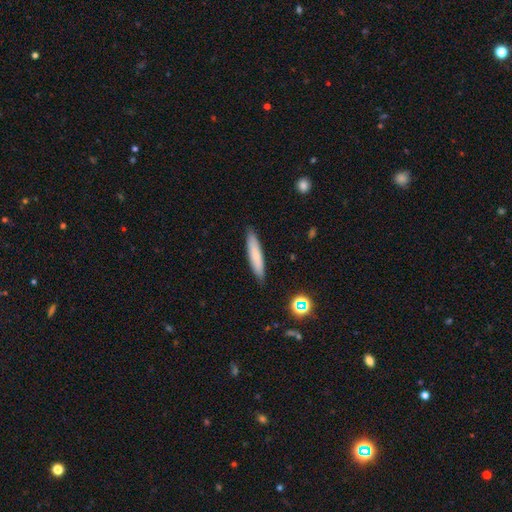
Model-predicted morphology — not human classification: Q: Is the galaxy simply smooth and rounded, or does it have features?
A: smooth — 72%.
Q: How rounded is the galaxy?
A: cigar-shaped — 87%.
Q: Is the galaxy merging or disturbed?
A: none — 88%.